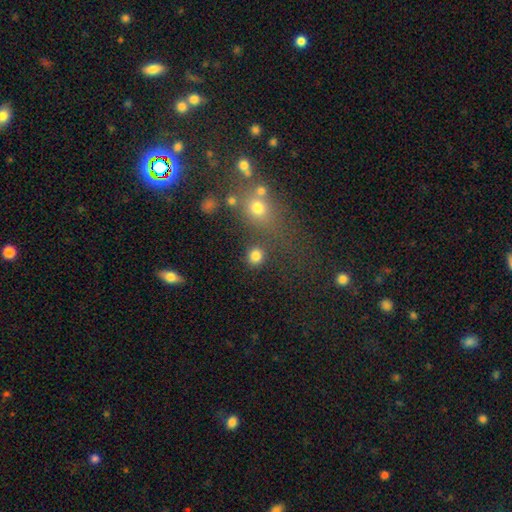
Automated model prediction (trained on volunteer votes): Smooth or featured? smooth (82%)
How rounded? round (89%)
Merging? none (78%)